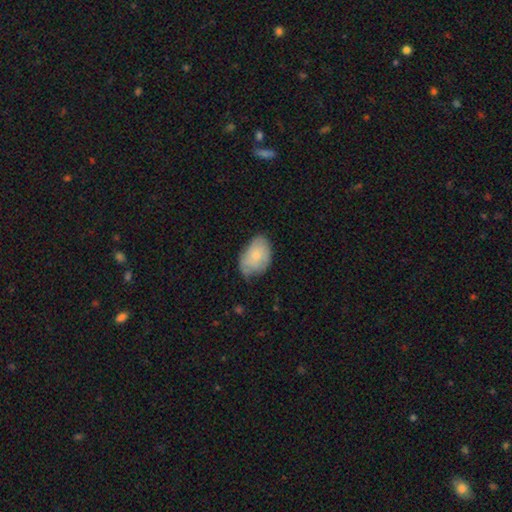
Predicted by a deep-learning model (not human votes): Overall: smooth (68%). How rounded: in between (86%). Merging: none (54%; minor disturbance 36%).